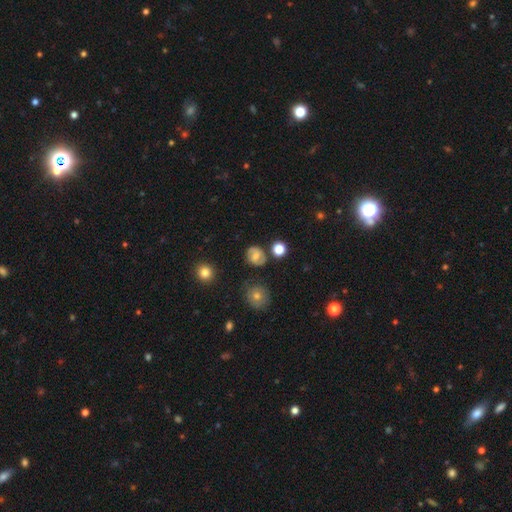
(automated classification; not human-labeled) smooth-or-featured: featured or disk: 46% | smooth: 43% | star or artifact: 12%
  merging: none: 75% | minor disturbance: 15% | major disturbance: 6% | merger: 5%